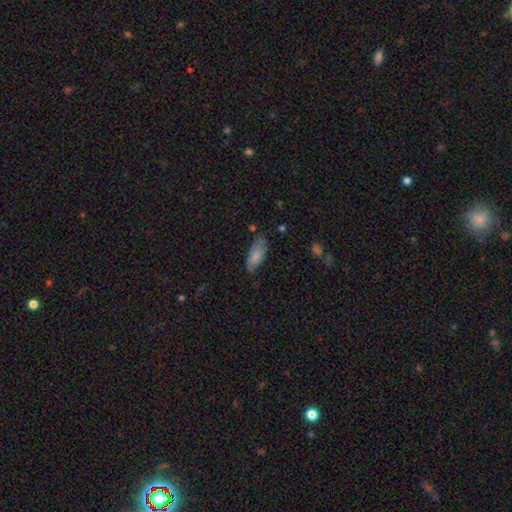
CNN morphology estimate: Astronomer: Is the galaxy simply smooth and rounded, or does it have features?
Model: smooth — 81%.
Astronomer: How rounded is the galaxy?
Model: in between — 80%.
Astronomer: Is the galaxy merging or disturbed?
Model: none — 72%.